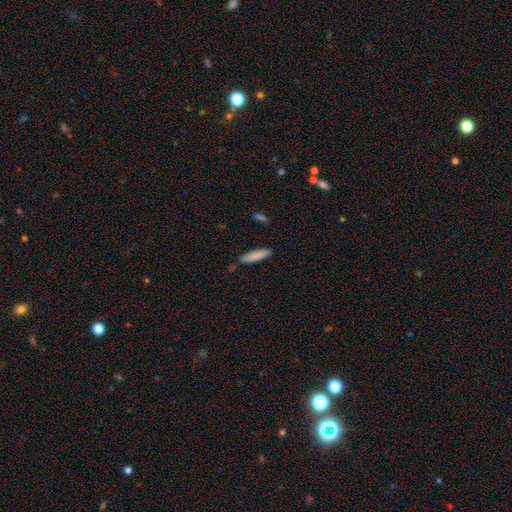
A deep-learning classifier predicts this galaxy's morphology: Smooth or featured: smooth — 84% (featured or disk — 10%)
How rounded: cigar-shaped — 82% (in between — 17%)
Merging: none — 83% (minor disturbance — 12%)